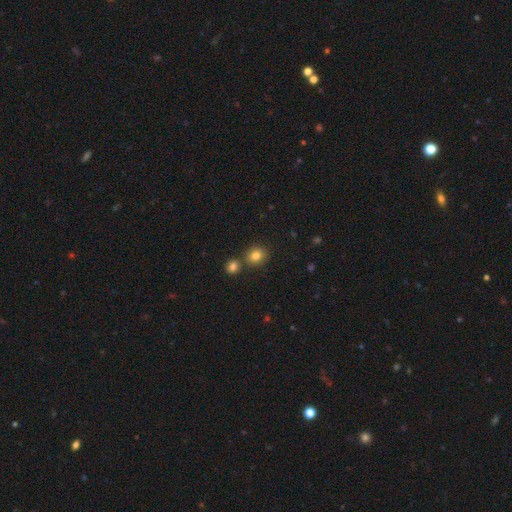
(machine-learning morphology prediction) This appears to be a smooth galaxy with no disk features (82%) that is round (75%). Merging: none (71%).